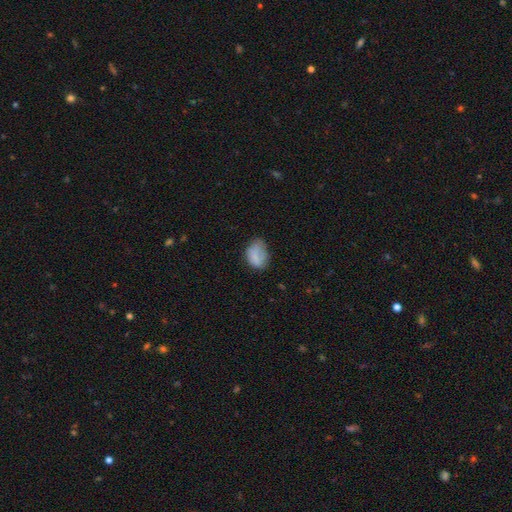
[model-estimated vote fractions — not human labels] Q: Smooth or featured?
A: smooth (79%); runner-up: featured or disk (12%)
Q: How rounded?
A: in between (82%); runner-up: round (17%)
Q: Merging?
A: none (48%); runner-up: minor disturbance (36%)